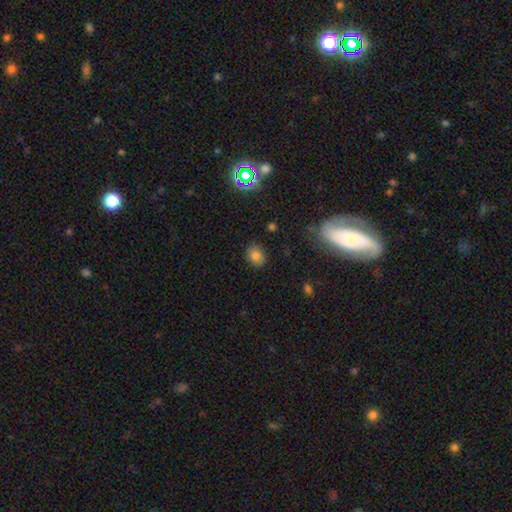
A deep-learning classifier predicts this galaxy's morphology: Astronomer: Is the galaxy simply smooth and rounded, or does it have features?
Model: smooth — 79%.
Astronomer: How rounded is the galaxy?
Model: in between — 50% (runner-up: round, 49%).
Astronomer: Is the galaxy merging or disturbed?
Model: none — 84%.